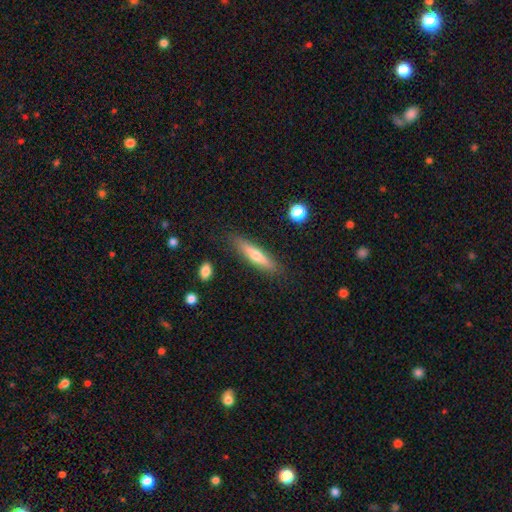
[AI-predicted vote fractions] Smooth or featured: smooth — 53% (featured or disk — 41%)
How rounded: cigar-shaped — 86% (in between — 13%)
Merging: none — 86% (minor disturbance — 10%)